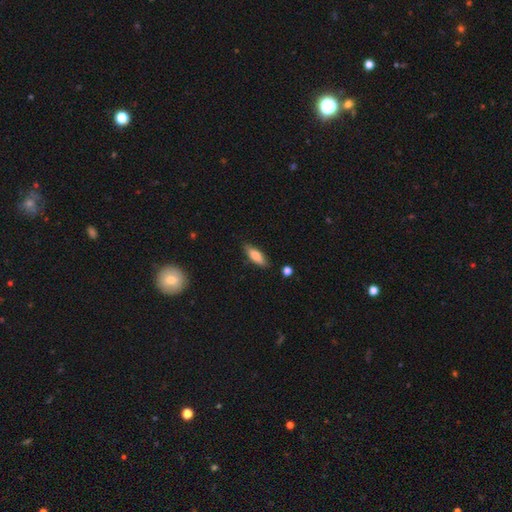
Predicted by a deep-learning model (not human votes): This appears to be a smooth galaxy with no disk features (80%) that is in between round and cigar-shaped (57%). Merging: none (82%).